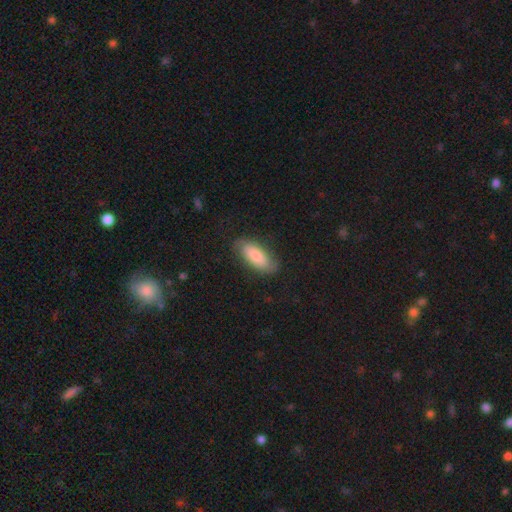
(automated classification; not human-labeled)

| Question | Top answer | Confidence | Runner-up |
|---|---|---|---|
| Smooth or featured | smooth | 77% | featured or disk (17%) |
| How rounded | in between | 80% | cigar-shaped (18%) |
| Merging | none | 77% | minor disturbance (17%) |